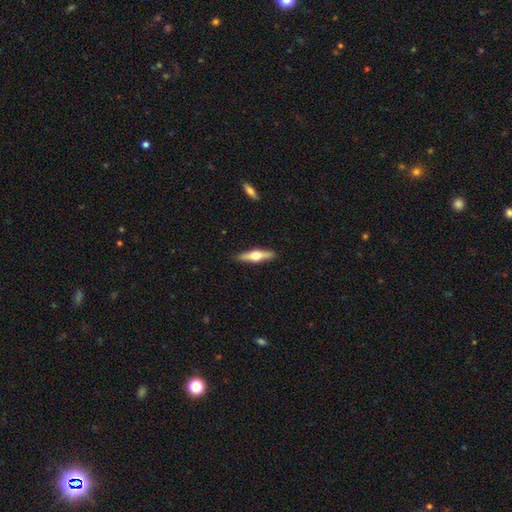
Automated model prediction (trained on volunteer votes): Smooth or featured: featured or disk — 58% (smooth — 37%)
Edge-on disk: yes — 95% (no — 5%)
Edge-on bulge: rounded — 95% (boxy — 3%)
Merging: none — 90% (minor disturbance — 7%)